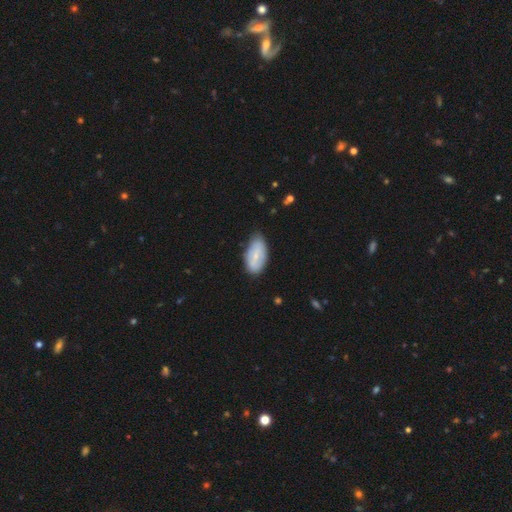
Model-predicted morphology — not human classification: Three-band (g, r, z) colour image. It shows a smooth galaxy with no disk features (61%) that is in between round and cigar-shaped (93%). Merging: none (64%).